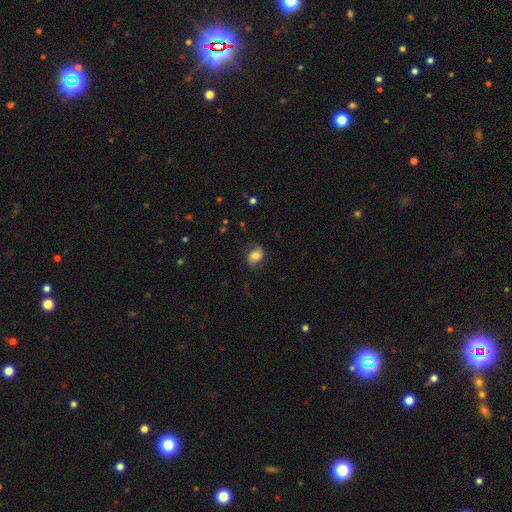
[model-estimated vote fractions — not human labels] This is likely a smooth galaxy (60%). How rounded: possibly in between (57%). Merging: likely none (71%).